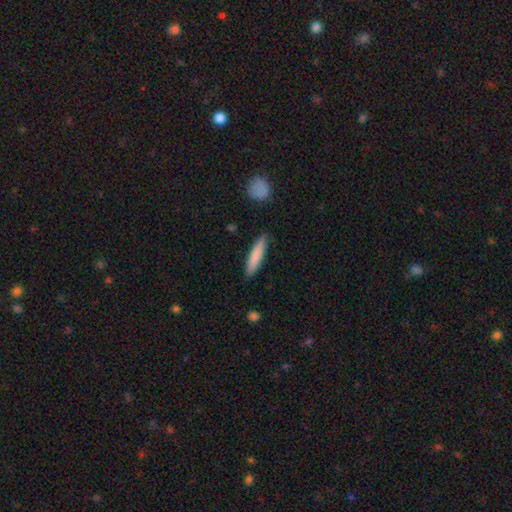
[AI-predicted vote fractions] This is clearly a smooth galaxy (80%). How rounded: clearly cigar-shaped (85%). Merging: clearly none (88%).